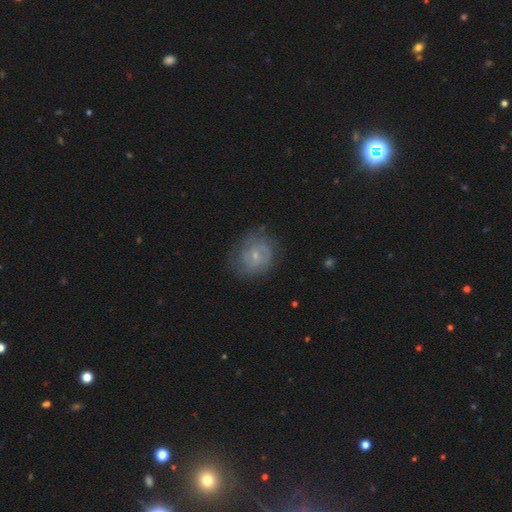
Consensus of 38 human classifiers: Overall: featured or disk (68%). Edge-on disk: no (96%). Bar: no (64%; weak 36%). Spiral arms: yes (76%). Spiral arm count: can't tell (47%; 2 32%). Spiral winding: medium (47%; tight 42%). Bulge size: small (80%). Merging: none (58%; minor disturbance 30%).